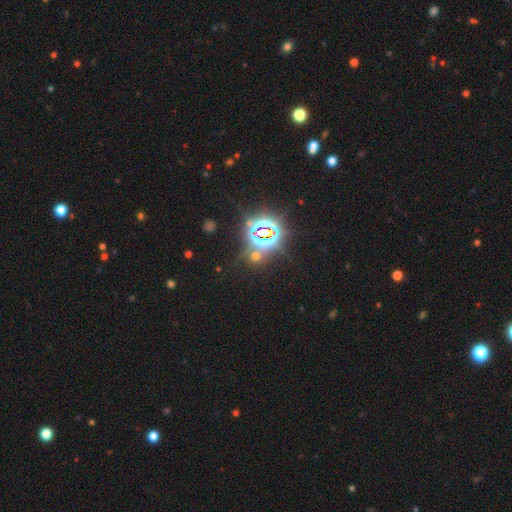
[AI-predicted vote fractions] A star or artifact, not a galaxy (69%).